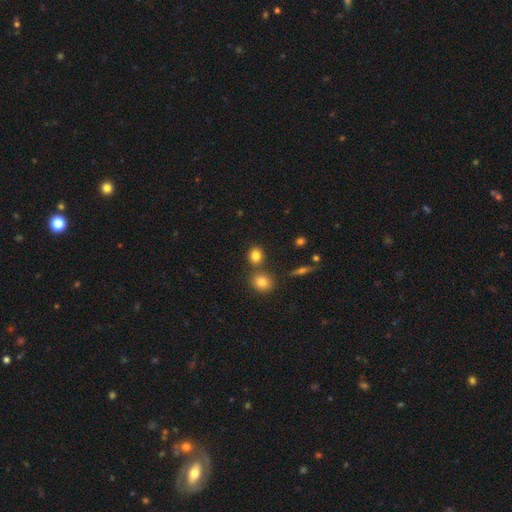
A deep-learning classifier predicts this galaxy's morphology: smooth-or-featured: smooth: 81% | star or artifact: 11% | featured or disk: 7%
  how-rounded: round: 69% | in between: 30% | cigar-shaped: 2%
  merging: none: 70% | merger: 18% | minor disturbance: 9% | major disturbance: 3%